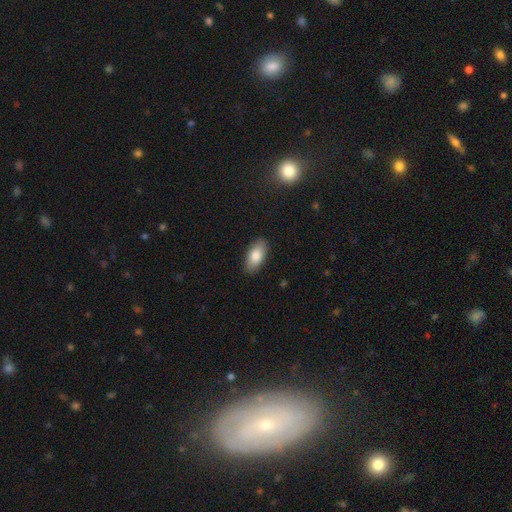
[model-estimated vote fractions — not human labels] Overall: smooth (82%). How rounded: in between (91%). Merging: none (88%).